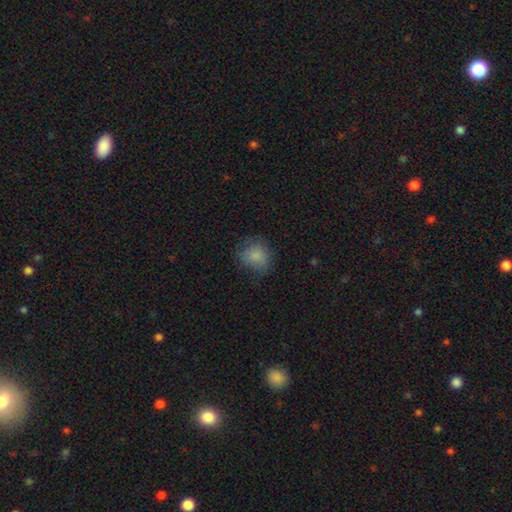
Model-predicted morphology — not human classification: The model was most divided on "merging": none: 69%, minor disturbance: 20%, major disturbance: 10%, merger: 1%. More confident: smooth or featured — smooth (81%); how rounded — round (78%).